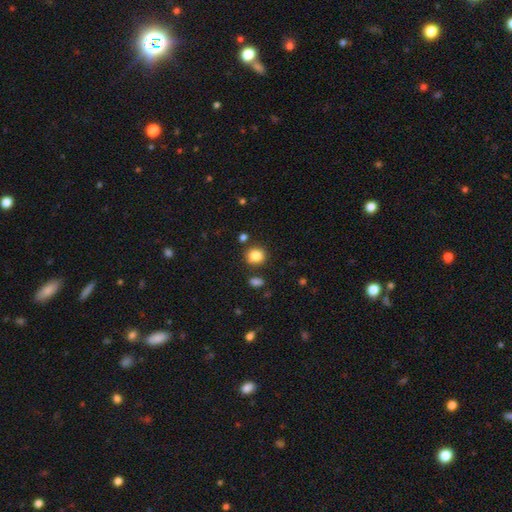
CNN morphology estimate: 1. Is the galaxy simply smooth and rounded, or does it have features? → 85% smooth, 10% star or artifact, 5% featured or disk.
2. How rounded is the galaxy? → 79% round, 20% in between, 1% cigar-shaped.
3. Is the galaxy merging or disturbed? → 81% none, 11% minor disturbance, 6% merger, 3% major disturbance.